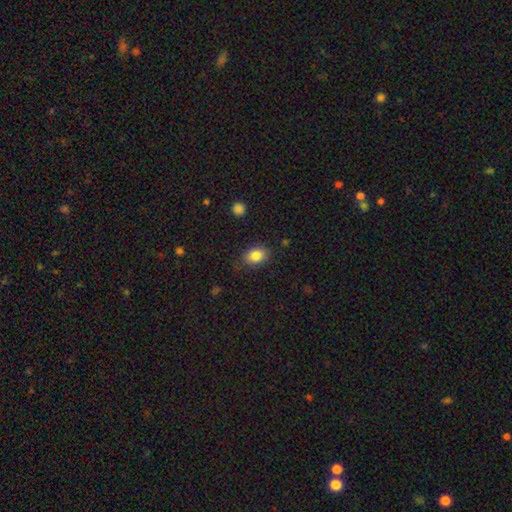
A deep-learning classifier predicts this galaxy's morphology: A smooth galaxy with no disk features (84%) that is in between round and cigar-shaped (71%). Merging: none (79%).